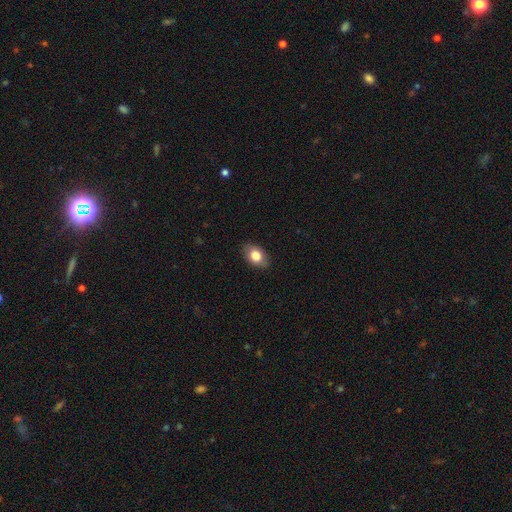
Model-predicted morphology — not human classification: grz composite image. It shows a smooth galaxy with no disk features (80%) that is in between round and cigar-shaped (85%). Merging: none (86%).